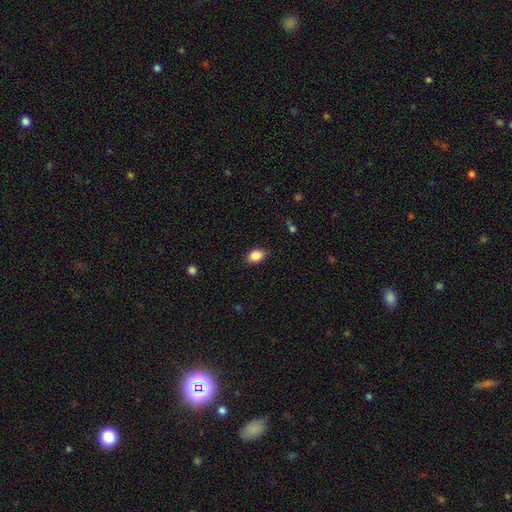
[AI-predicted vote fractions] Smooth or featured? Predicted: smooth (p=0.87). How rounded? Predicted: in between (p=0.76). Merging? Predicted: none (p=0.85).